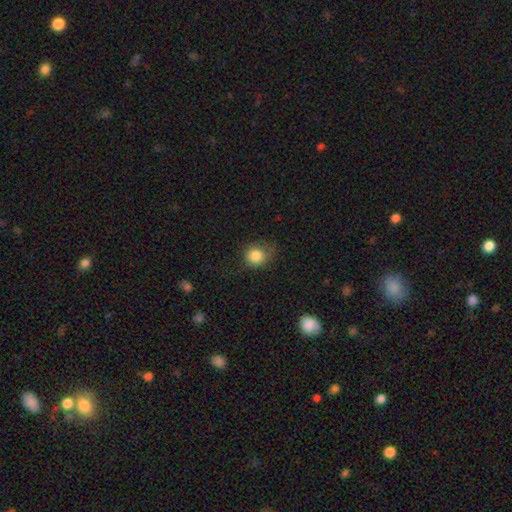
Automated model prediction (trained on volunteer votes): smooth_or_featured: smooth (p=0.84) [alt: star or artifact p=0.10]
how_rounded: round (p=0.81) [alt: in between p=0.18]
merging: none (p=0.67) [alt: minor disturbance p=0.23]